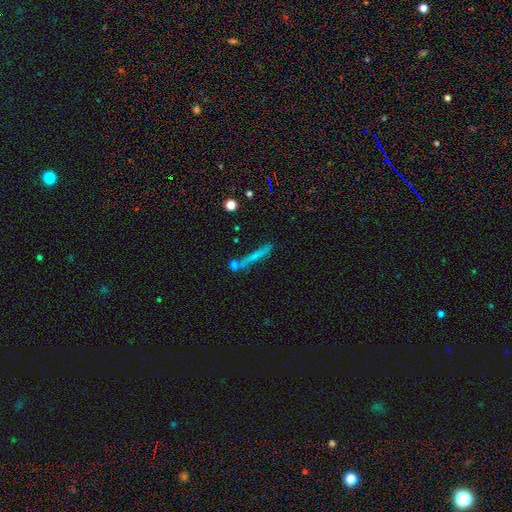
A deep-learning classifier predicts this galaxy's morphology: This appears to be a smooth galaxy with no disk features (51%) that is cigar-shaped (91%). Merging: none (58%).